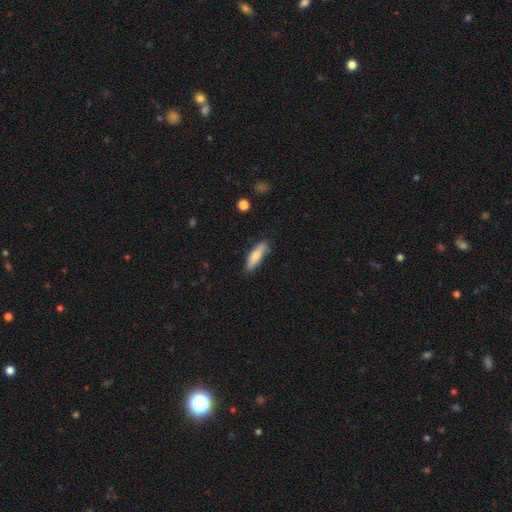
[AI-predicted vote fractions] Smooth or featured? smooth (77%)
How rounded? cigar-shaped (60%)
Merging? none (80%)